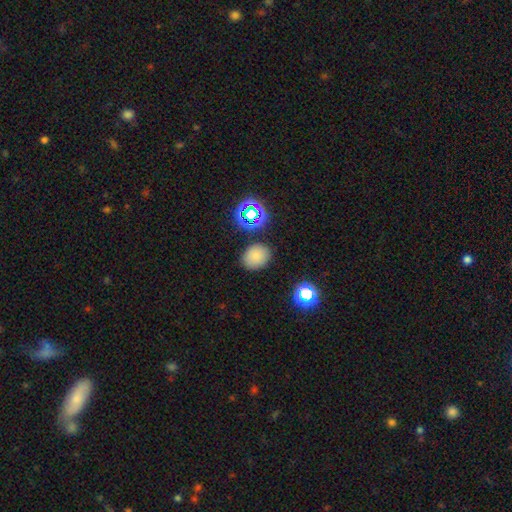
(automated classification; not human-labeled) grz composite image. It shows a smooth galaxy with no disk features (77%) that is in between round and cigar-shaped (57%). Merging: none (83%).